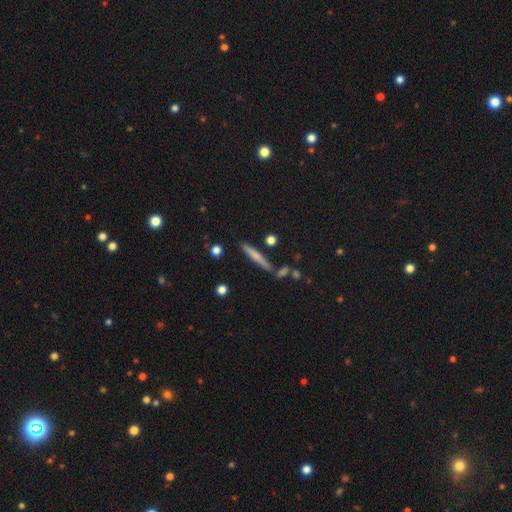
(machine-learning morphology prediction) Overall: smooth (61%; featured or disk 32%). How rounded: cigar-shaped (94%). Merging: none (82%).